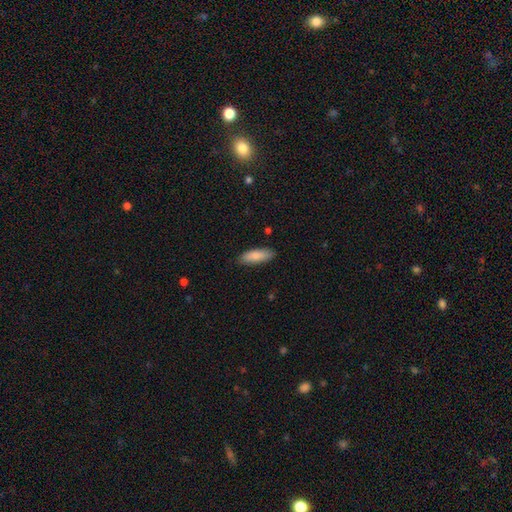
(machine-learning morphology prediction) Smooth or featured? Predicted: smooth (p=0.85). How rounded? Predicted: in between (p=0.60). Merging? Predicted: none (p=0.85).